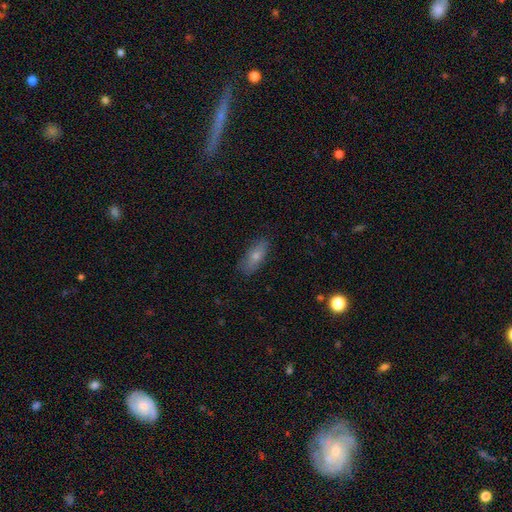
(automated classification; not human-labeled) Overall: smooth (71%). How rounded: in between (73%). Merging: none (81%).